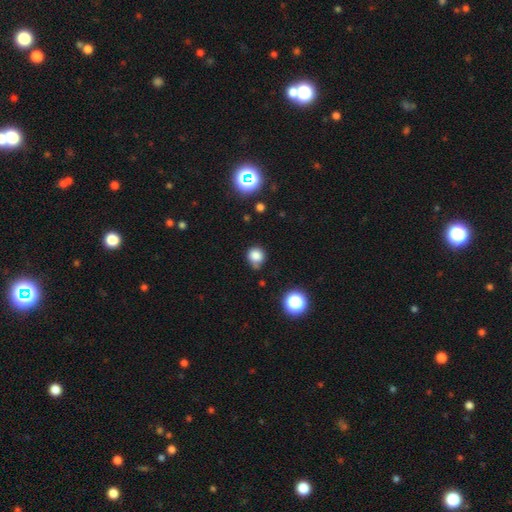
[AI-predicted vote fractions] Morphology: type=smooth (81%); roundness=round (84%); merging=none (63%).